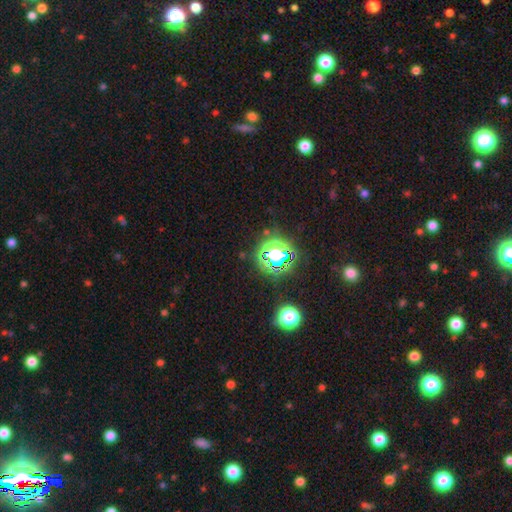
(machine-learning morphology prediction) The model was most divided on "smooth or featured": star or artifact: 71%, smooth: 21%, featured or disk: 8%.